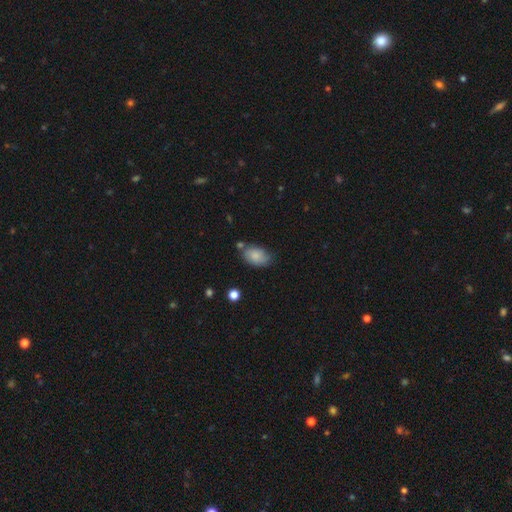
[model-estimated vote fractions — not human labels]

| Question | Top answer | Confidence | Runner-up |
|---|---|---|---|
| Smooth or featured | smooth | 75% | featured or disk (17%) |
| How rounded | in between | 89% | round (10%) |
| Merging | none | 63% | minor disturbance (25%) |